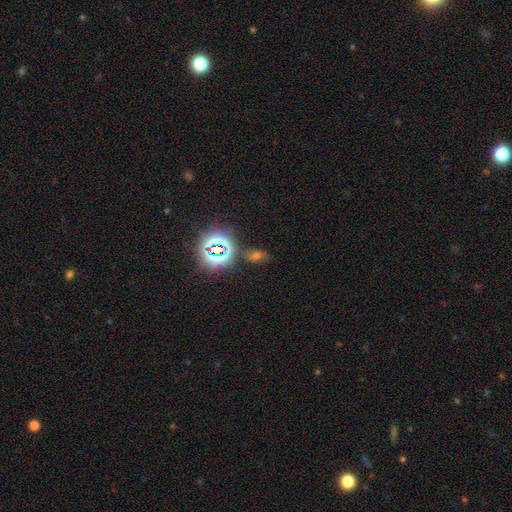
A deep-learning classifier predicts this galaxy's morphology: Overall: star or artifact (56%; smooth 31%).